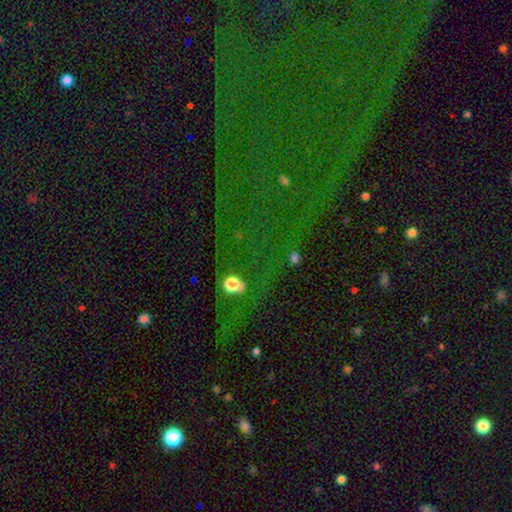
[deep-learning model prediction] Smooth or featured?
  - star or artifact: 81% *
  - smooth: 10%
  - featured or disk: 9%